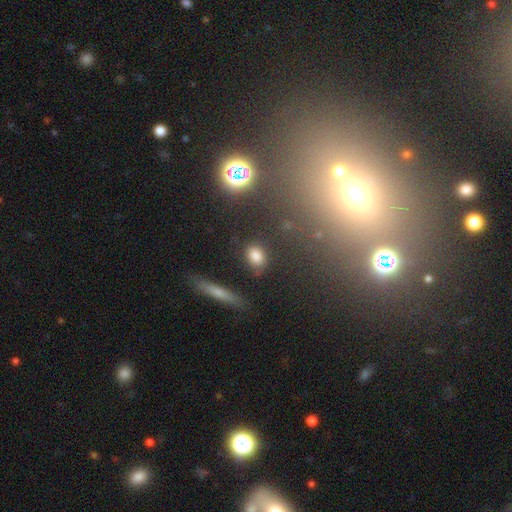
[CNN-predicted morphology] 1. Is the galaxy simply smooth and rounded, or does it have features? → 81% smooth, 11% star or artifact, 7% featured or disk.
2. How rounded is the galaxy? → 51% in between, 45% round, 4% cigar-shaped.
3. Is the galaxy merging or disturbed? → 79% none, 13% minor disturbance, 4% merger, 4% major disturbance.